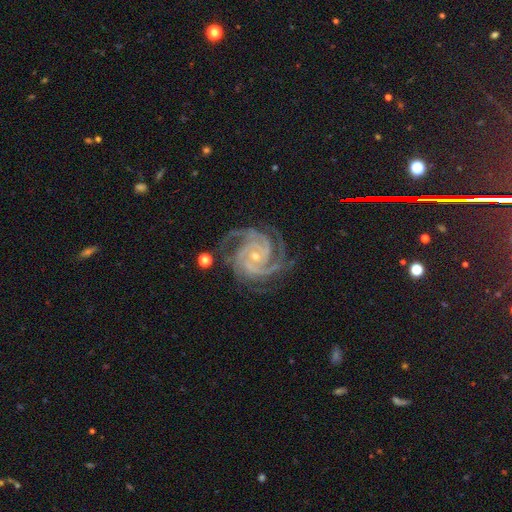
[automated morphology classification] A featured or disk galaxy (94%) with no bar (67%), 3 (39%) tight (73%) spiral arms (99%) and a small central bulge (74%).

Vote fractions:
- Smooth or featured? featured or disk: 94% / star or artifact: 4% / smooth: 2%
- Edge-on disk? no: 98% / yes: 2%
- Bar? no: 67% / weak: 22% / strong: 11%
- Spiral arms? yes: 99% / no: 1%
- Spiral winding? tight: 73% / medium: 24% / loose: 2%
- Spiral arm count? 3: 39% / 4: 28% / 2: 12% / can't tell: 8% / more than 4: 7% / 1: 6%
- Bulge size? small: 74% / moderate: 23% / none: 1% / large: 1% / dominant: 1%
- Merging? none: 74% / minor disturbance: 17% / major disturbance: 7% / merger: 2%